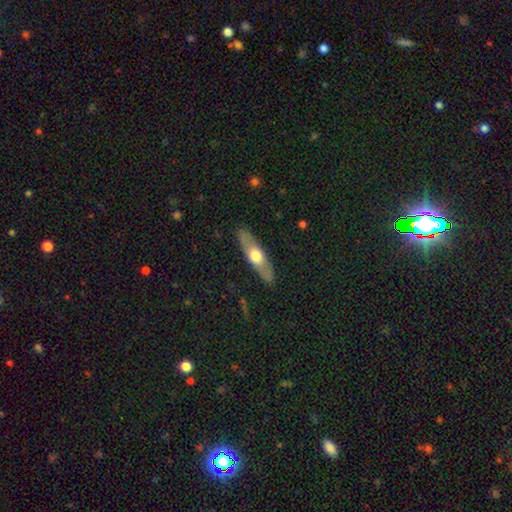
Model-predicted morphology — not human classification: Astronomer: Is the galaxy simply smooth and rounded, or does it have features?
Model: featured or disk — 47%, tied with smooth at 47%.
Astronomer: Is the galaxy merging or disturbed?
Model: none — 88%.